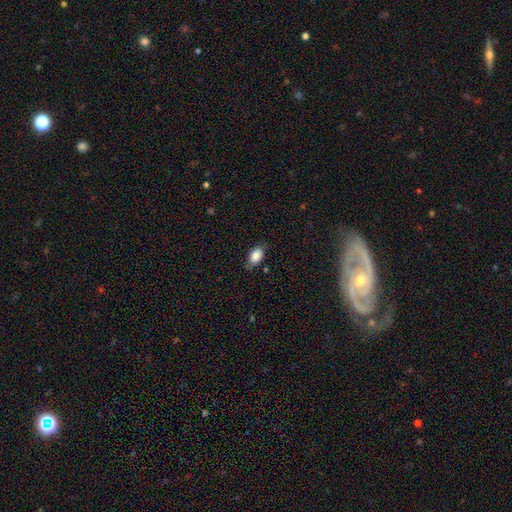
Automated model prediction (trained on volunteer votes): A smooth galaxy with no disk features (85%) that is in between round and cigar-shaped (91%). Merging: none (77%).